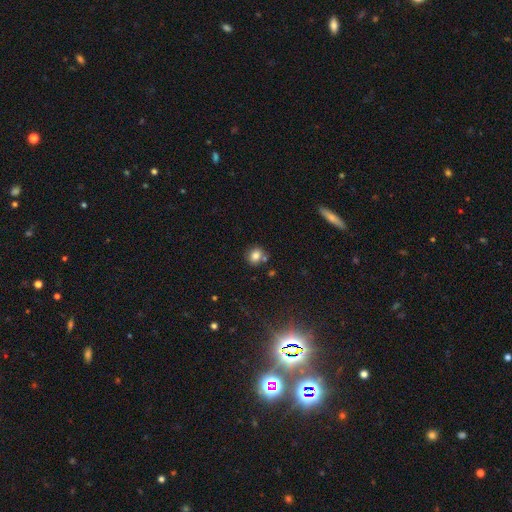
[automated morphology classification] Q: Smooth or featured?
A: smooth (79%); runner-up: star or artifact (12%)
Q: How rounded?
A: round (77%); runner-up: in between (22%)
Q: Merging?
A: none (72%); runner-up: merger (14%)